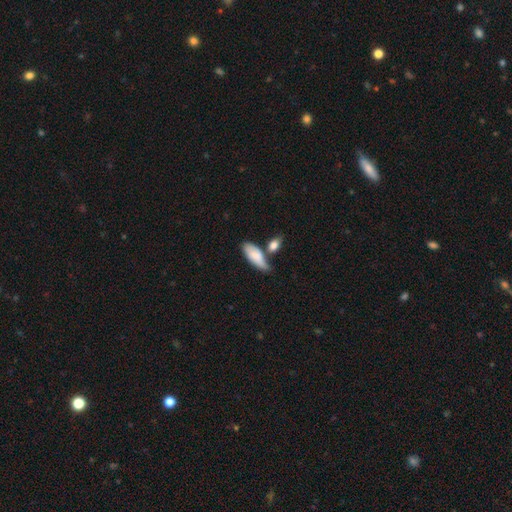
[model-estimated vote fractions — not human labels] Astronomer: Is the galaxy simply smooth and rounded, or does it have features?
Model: smooth — 74%.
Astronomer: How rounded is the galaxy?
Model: in between — 80%.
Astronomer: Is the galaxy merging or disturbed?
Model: none — 39% (runner-up: merger, 28%).